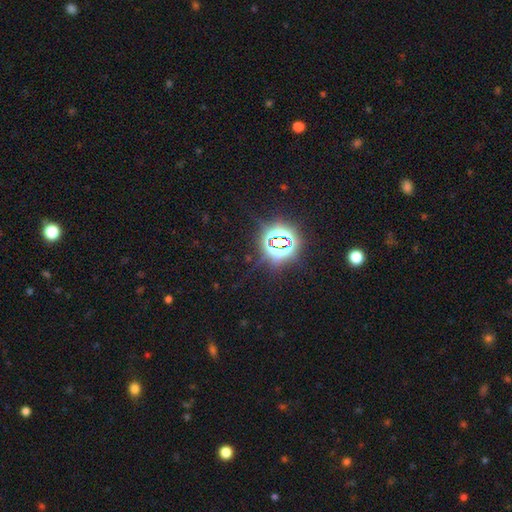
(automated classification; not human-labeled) The model was most divided on "smooth or featured": star or artifact: 84%, smooth: 11%, featured or disk: 6%.